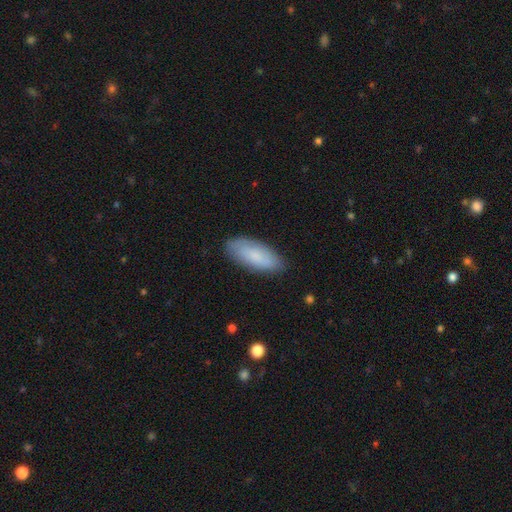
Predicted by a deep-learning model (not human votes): This is likely a smooth galaxy (80%). How rounded: clearly in between (82%). Merging: clearly none (84%).